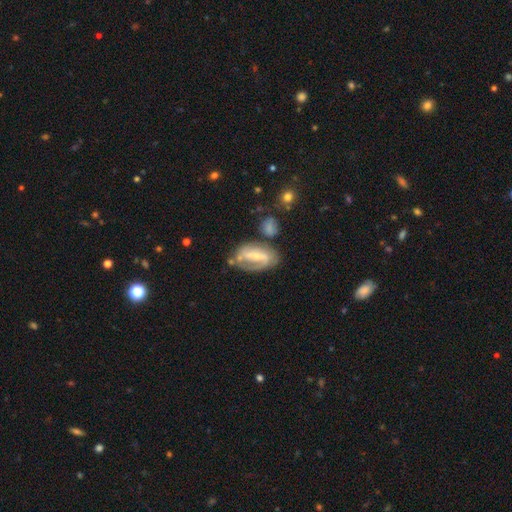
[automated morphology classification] Smooth or featured: featured or disk — 74% (smooth — 20%)
Edge-on disk: no — 95% (yes — 5%)
Bar: strong — 41% (weak — 38%)
Spiral arms: yes — 84% (no — 16%)
Spiral winding: medium — 42% (tight — 36%)
Spiral arm count: 2 — 64% (can't tell — 16%)
Bulge size: small — 63% (moderate — 28%)
Merging: none — 54% (minor disturbance — 23%)